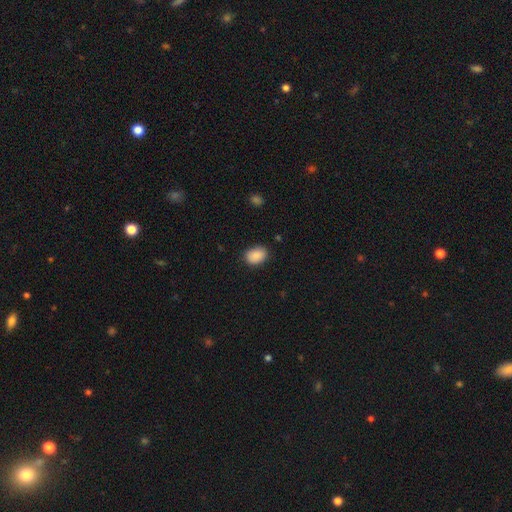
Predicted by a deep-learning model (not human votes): A smooth galaxy with no disk features (89%) that is in between round and cigar-shaped (79%). Merging: none (84%).